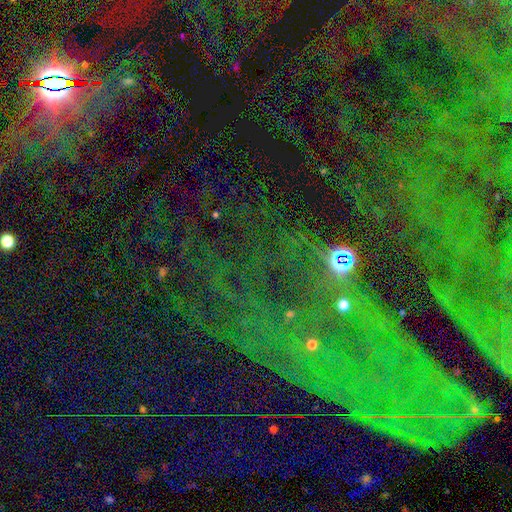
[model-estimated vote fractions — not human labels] smooth-or-featured: star or artifact: 79% | featured or disk: 12% | smooth: 10%